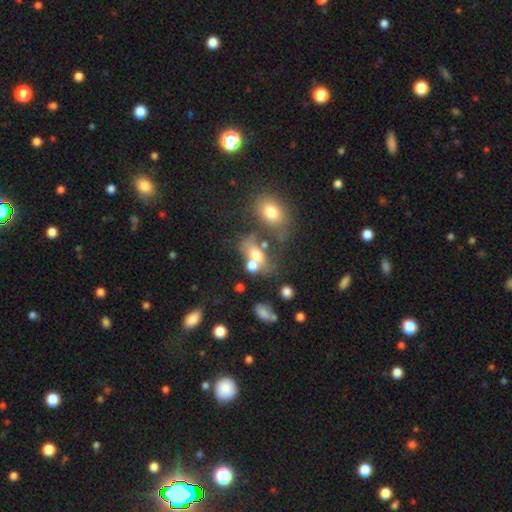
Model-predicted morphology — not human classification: A smooth galaxy with no disk features (63%) that is in between round and cigar-shaped (66%).

Vote fractions:
- Smooth or featured? smooth: 63% / featured or disk: 21% / star or artifact: 17%
- How rounded? in between: 66% / round: 31% / cigar-shaped: 3%
- Merging? merger: 47% / none: 28% / major disturbance: 13% / minor disturbance: 12%